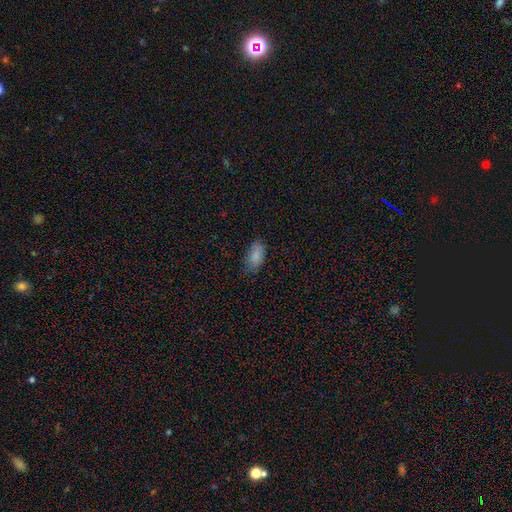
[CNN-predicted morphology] Smooth or featured? Predicted: smooth (p=0.84). How rounded? Predicted: in between (p=0.93). Merging? Predicted: none (p=0.70).